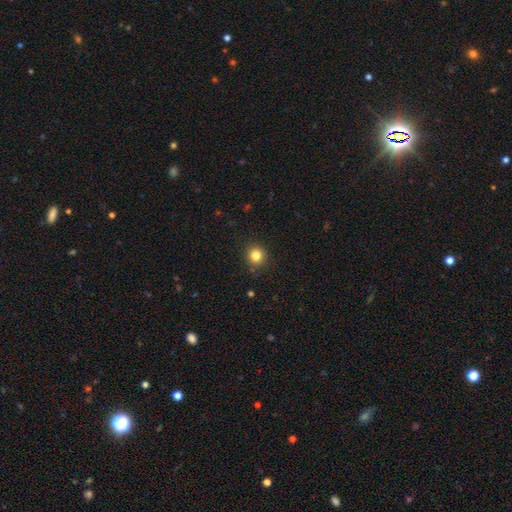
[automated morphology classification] Smooth or featured? smooth (83%)
How rounded? round (91%)
Merging? none (90%)